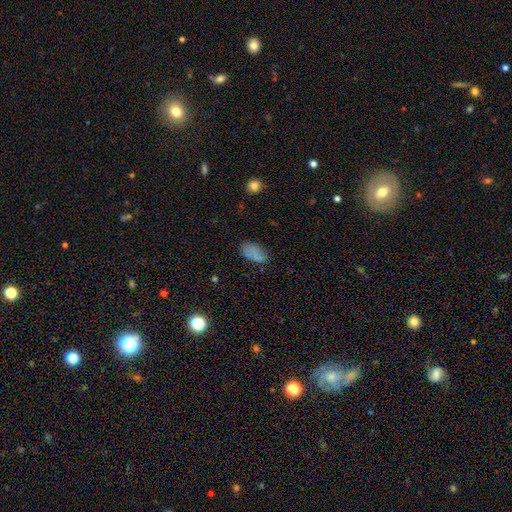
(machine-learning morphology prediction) smooth 75%, star or artifact 14%, featured or disk 11%. Down the decision tree: how rounded — in between (92%); merging — none (70%).